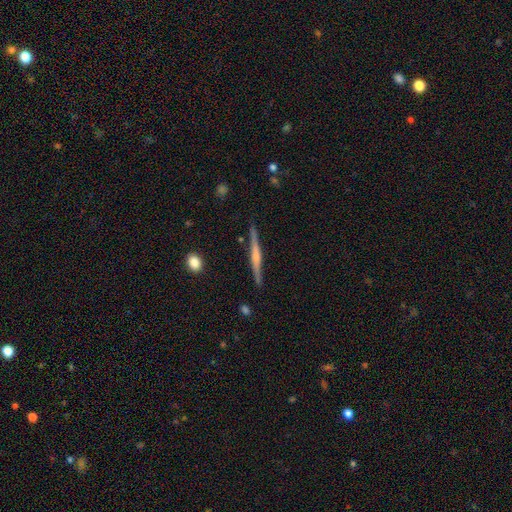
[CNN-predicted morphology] Smooth or featured?
  - featured or disk: 73% *
  - smooth: 21%
  - star or artifact: 6%
Edge-on disk?
  - yes: 98% *
  - no: 2%
Edge-on bulge?
  - rounded: 64% *
  - none: 20%
  - boxy: 16%
Merging?
  - none: 90% *
  - minor disturbance: 7%
  - major disturbance: 1%
  - merger: 1%